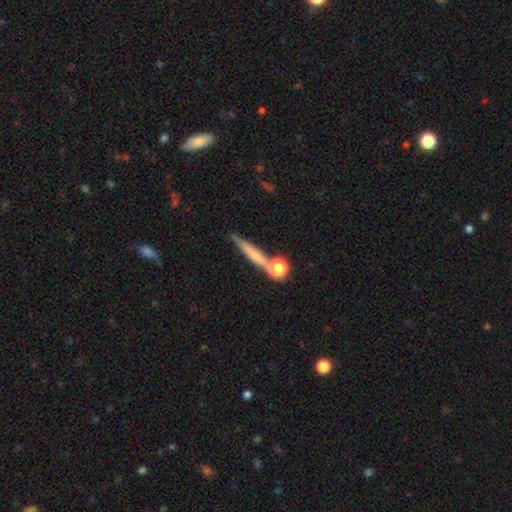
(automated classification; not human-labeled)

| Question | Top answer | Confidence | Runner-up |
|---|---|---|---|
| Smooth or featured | smooth | 56% | featured or disk (33%) |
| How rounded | cigar-shaped | 81% | round (10%) |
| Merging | none | 67% | merger (16%) |